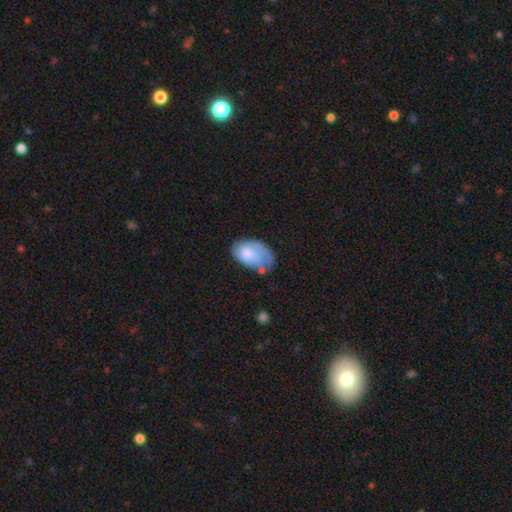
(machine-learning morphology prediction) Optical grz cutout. It shows a smooth galaxy with no disk features (62%) that is in between round and cigar-shaped (90%). Merging: none (35%).